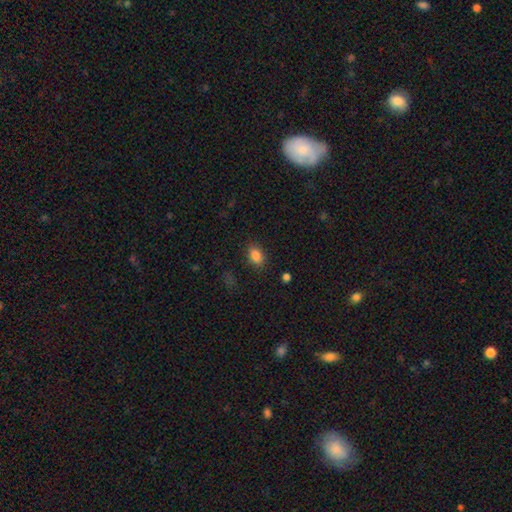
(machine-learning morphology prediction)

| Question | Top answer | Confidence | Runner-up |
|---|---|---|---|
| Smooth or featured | smooth | 85% | star or artifact (10%) |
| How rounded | in between | 83% | round (15%) |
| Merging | none | 86% | minor disturbance (10%) |